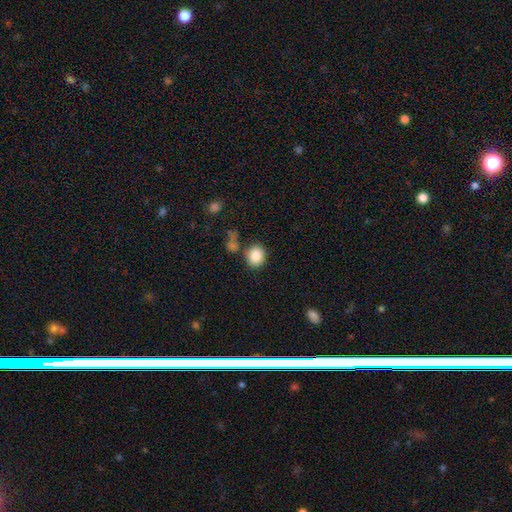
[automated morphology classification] Overall: smooth (86%). How rounded: round (71%). Merging: none (75%).